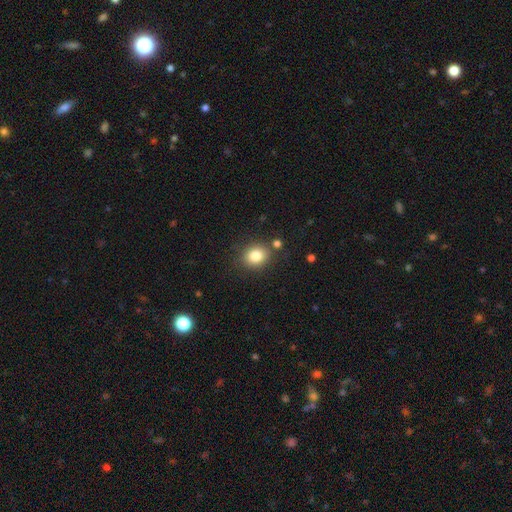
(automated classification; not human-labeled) This is clearly a smooth galaxy (83%). How rounded: likely round (61%). Merging: clearly none (81%).